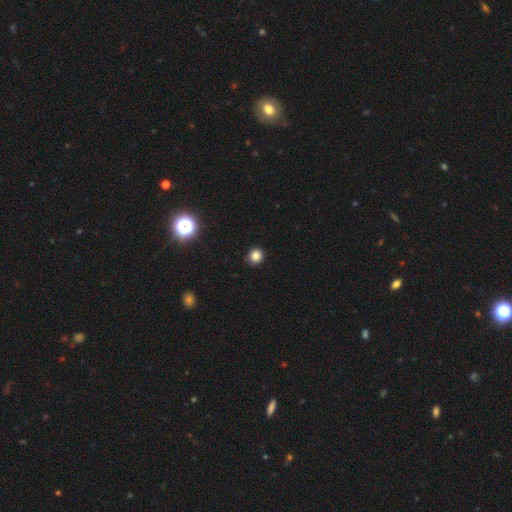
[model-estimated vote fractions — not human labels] smooth-or-featured: smooth: 82% | star or artifact: 13% | featured or disk: 4%
  how-rounded: round: 87% | in between: 12% | cigar-shaped: 1%
  merging: none: 90% | minor disturbance: 7% | major disturbance: 2% | merger: 1%